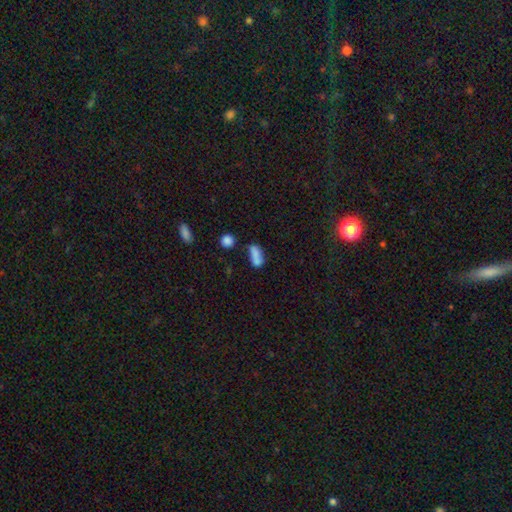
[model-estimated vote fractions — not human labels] Overall: smooth (75%). How rounded: in between (77%). Merging: none (36%; merger 34%).